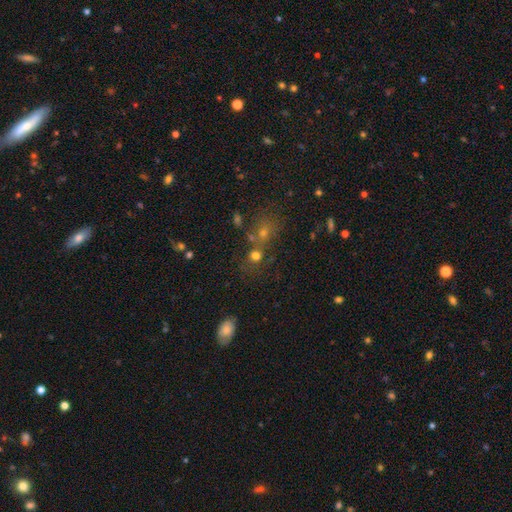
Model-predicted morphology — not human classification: Smooth or featured? Predicted: smooth (p=0.68). How rounded? Predicted: round (p=0.80). Merging? Predicted: none (p=0.47).